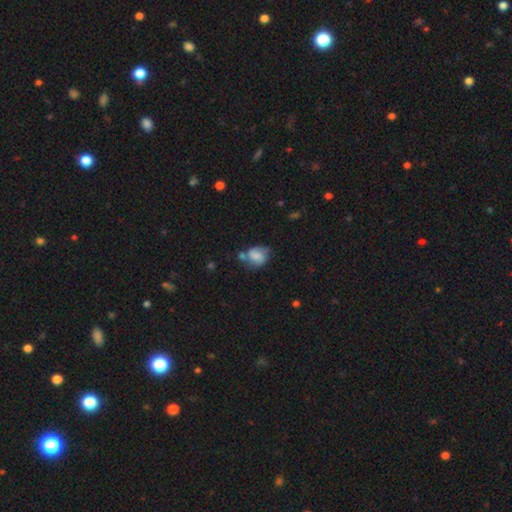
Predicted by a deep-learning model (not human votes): The model was most divided on "how rounded": round: 51%, in between: 48%, cigar-shaped: 1%. Remaining: smooth or featured — smooth (58%); merging — none (41%).